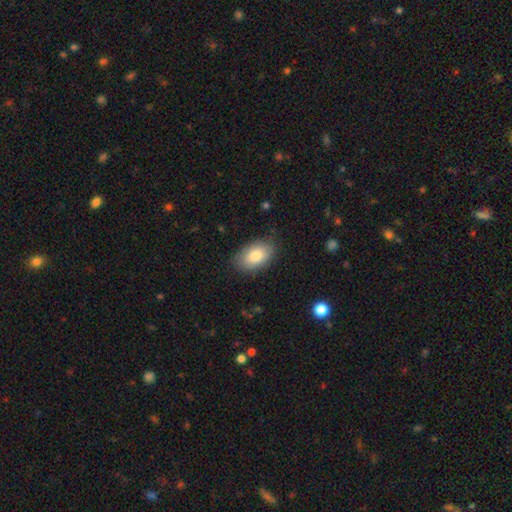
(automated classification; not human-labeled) Morphology: type=smooth (83%); roundness=in between (92%); merging=none (83%).